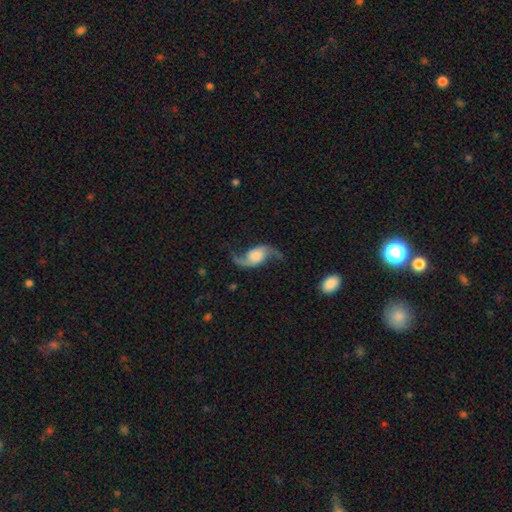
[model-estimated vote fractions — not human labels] Morphology: type=featured or disk (87%); edge-on=no (96%); bar=no (64%); spiral arms=yes (97%); winding=loose (85%); arm count=2 (94%); bulge=large (32%); merging=none (74%).